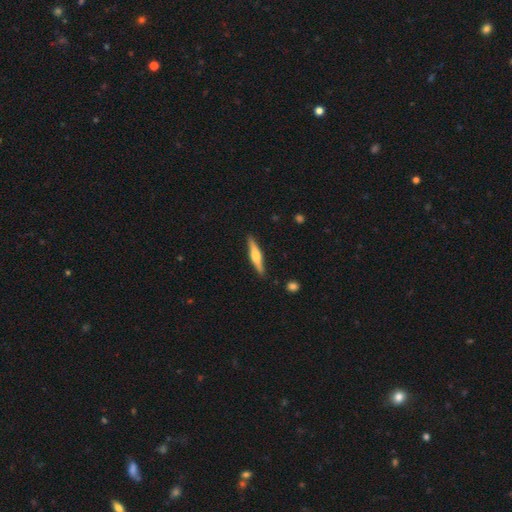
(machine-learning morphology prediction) A featured or disk galaxy (61%) viewed edge-on (97%) with a rounded central bulge (82%). Merging: none (89%).